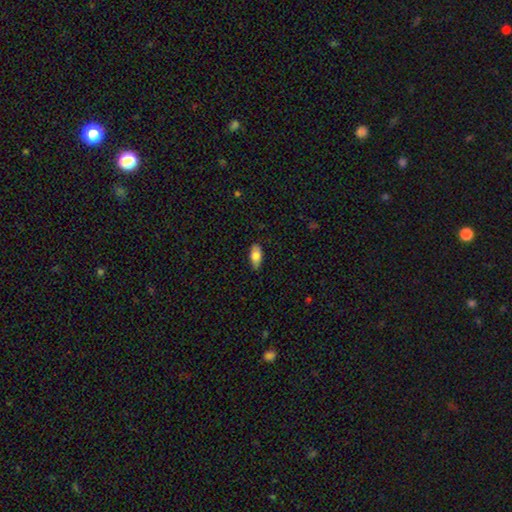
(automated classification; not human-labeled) smooth_or_featured: smooth (p=0.80) [alt: featured or disk p=0.13]
how_rounded: in between (p=0.89) [alt: cigar-shaped p=0.08]
merging: none (p=0.82) [alt: minor disturbance p=0.15]